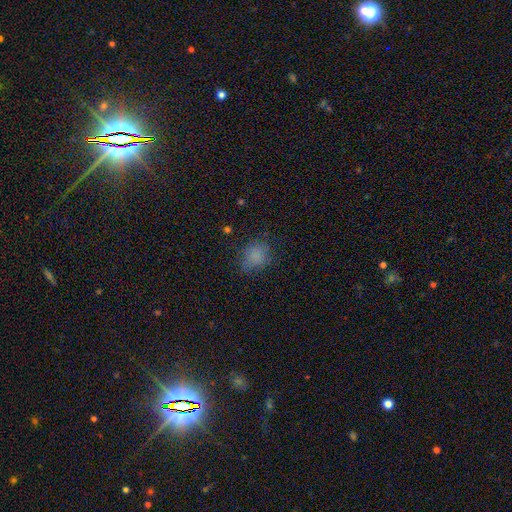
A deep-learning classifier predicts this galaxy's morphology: smooth-or-featured: smooth: 79% | star or artifact: 14% | featured or disk: 7%
  how-rounded: round: 50% | in between: 49% | cigar-shaped: 1%
  merging: none: 68% | minor disturbance: 22% | major disturbance: 8% | merger: 1%